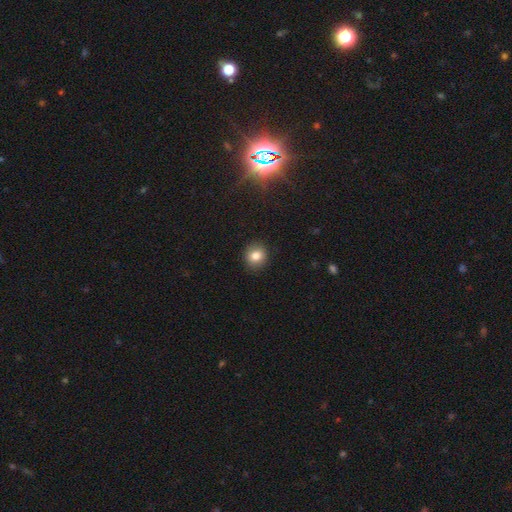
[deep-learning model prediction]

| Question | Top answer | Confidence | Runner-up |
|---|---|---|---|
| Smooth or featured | smooth | 81% | star or artifact (11%) |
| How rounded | round | 77% | in between (22%) |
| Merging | none | 90% | minor disturbance (7%) |